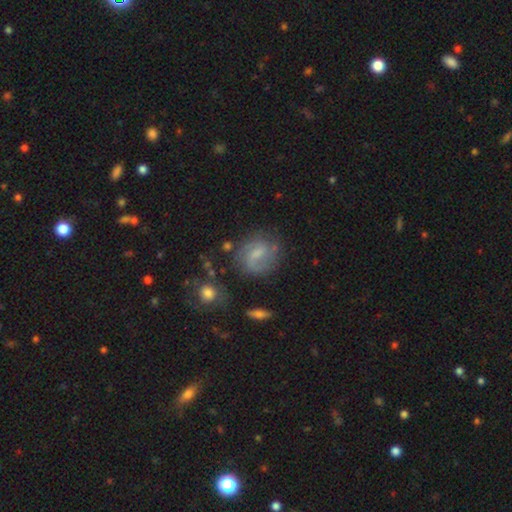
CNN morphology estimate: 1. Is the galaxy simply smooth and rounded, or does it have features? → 57% featured or disk, 34% smooth, 9% star or artifact.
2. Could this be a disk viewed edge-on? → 97% no, 3% yes.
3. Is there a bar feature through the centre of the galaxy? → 57% weak, 29% no, 14% strong.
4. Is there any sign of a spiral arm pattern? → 84% yes, 16% no.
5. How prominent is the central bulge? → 41% small, 31% moderate, 22% none, 4% large, 1% dominant.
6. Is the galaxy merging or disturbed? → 65% none, 20% minor disturbance, 11% major disturbance, 4% merger.